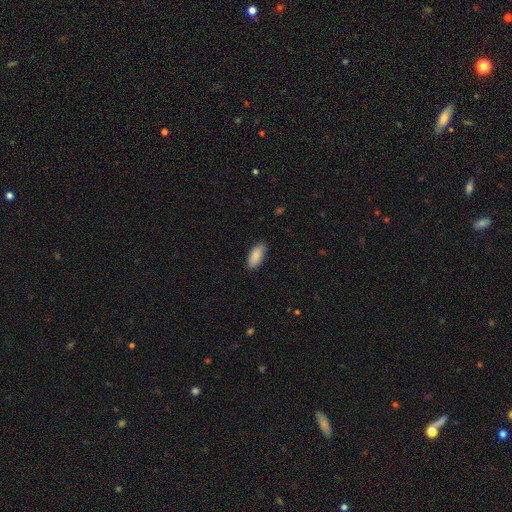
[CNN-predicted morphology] Smooth or featured? Predicted: smooth (p=0.89). How rounded? Predicted: in between (p=0.87). Merging? Predicted: none (p=0.88).